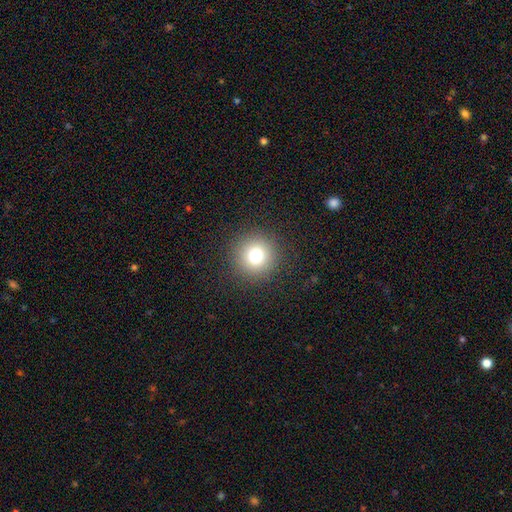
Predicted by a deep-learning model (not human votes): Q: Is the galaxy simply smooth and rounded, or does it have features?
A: smooth — 77%.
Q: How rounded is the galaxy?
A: round — 95%.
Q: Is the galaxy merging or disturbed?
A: none — 91%.